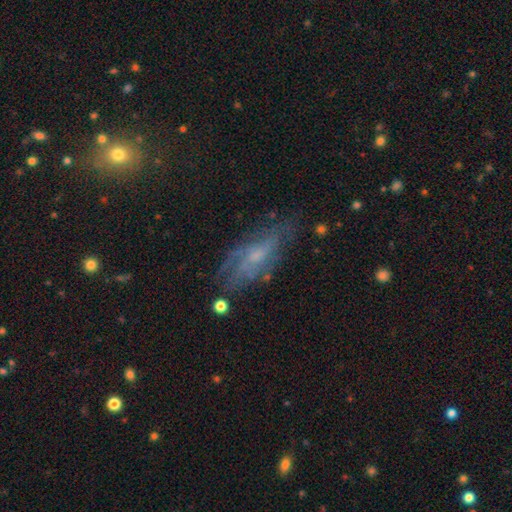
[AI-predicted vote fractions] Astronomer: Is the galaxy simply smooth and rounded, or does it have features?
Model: featured or disk — 57%.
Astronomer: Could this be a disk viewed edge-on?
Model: no — 79%.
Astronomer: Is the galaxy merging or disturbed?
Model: none — 63%.